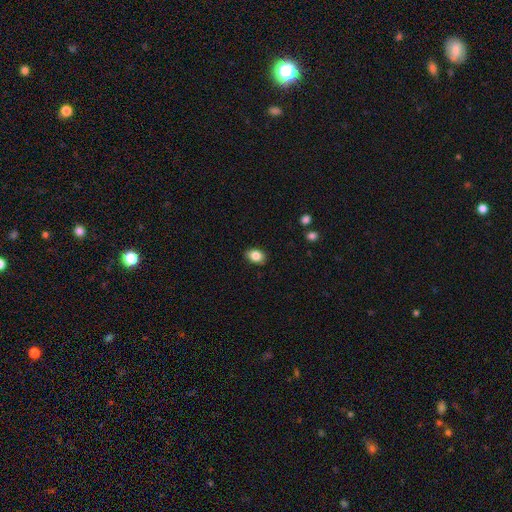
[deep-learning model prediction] The model was most divided on "how rounded": in between: 74%, round: 25%, cigar-shaped: 1%. More confident: merging — none (87%); smooth or featured — smooth (85%).